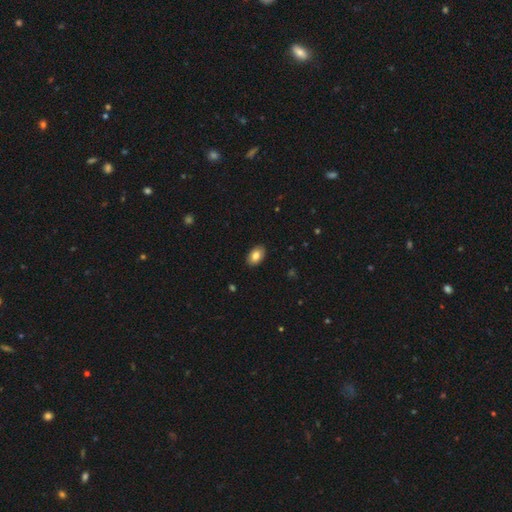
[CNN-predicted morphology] Overall: smooth (82%). How rounded: in between (90%). Merging: none (89%).